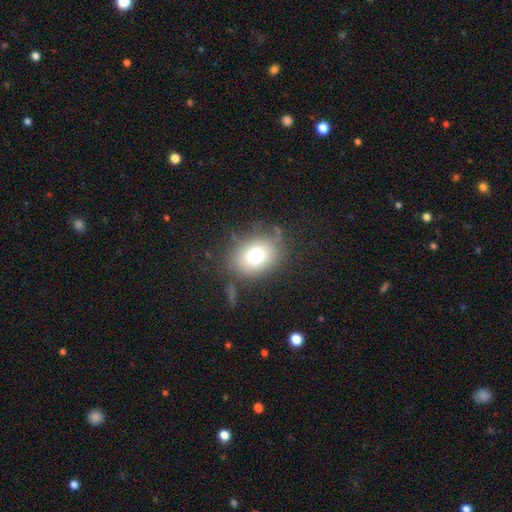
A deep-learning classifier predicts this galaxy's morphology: A smooth galaxy with no disk features (73%) that is in between round and cigar-shaped (57%).

Vote fractions:
- Smooth or featured? smooth: 73% / featured or disk: 15% / star or artifact: 13%
- How rounded? in between: 57% / round: 42% / cigar-shaped: 1%
- Merging? none: 73% / minor disturbance: 15% / major disturbance: 8% / merger: 3%